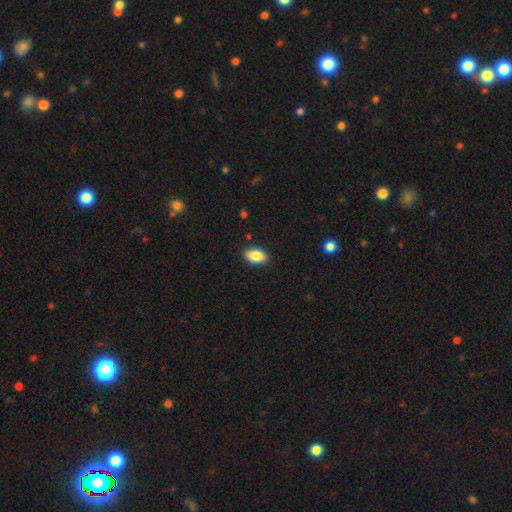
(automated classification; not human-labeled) Smooth or featured? smooth (85%)
How rounded? in between (91%)
Merging? none (89%)